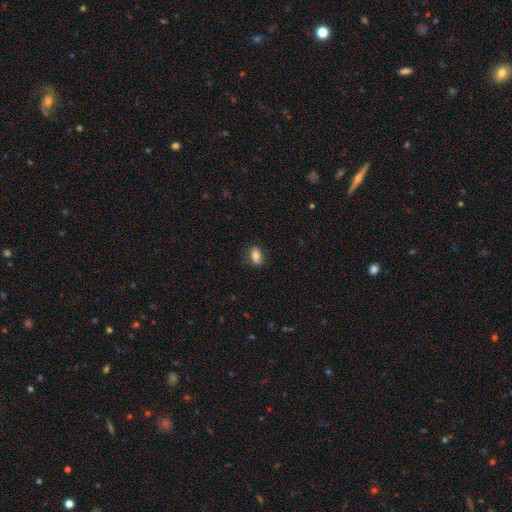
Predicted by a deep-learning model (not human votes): Smooth or featured? smooth (78%)
How rounded? in between (83%)
Merging? none (78%)